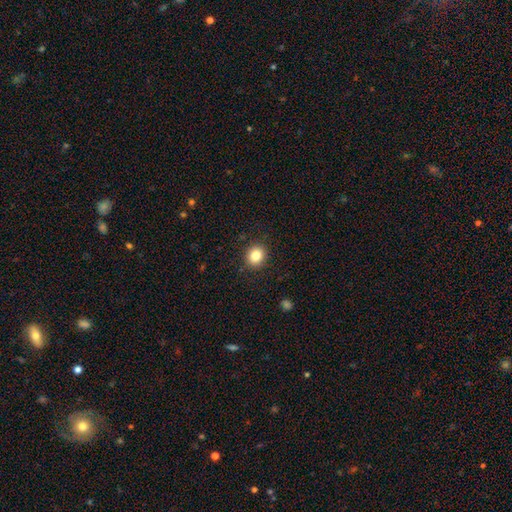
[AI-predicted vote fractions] A smooth galaxy with no disk features (84%) that is round (73%).

Vote fractions:
- Smooth or featured? smooth: 84% / star or artifact: 10% / featured or disk: 5%
- How rounded? round: 73% / in between: 26% / cigar-shaped: 1%
- Merging? none: 90% / minor disturbance: 7% / major disturbance: 2% / merger: 1%